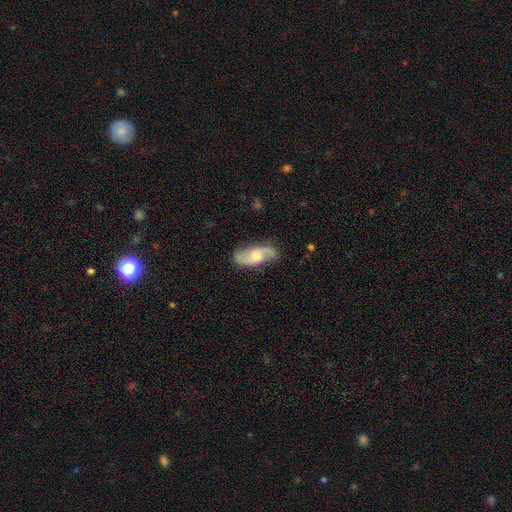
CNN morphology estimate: Smooth or featured?
  - featured or disk: 67% *
  - smooth: 28%
  - star or artifact: 6%
Edge-on disk?
  - no: 92% *
  - yes: 8%
Bar?
  - no: 62% *
  - weak: 32%
  - strong: 6%
Spiral arms?
  - yes: 91% *
  - no: 9%
Spiral winding?
  - loose: 56% *
  - medium: 33%
  - tight: 11%
Spiral arm count?
  - 2: 89% *
  - can't tell: 6%
  - 1: 2%
  - 3: 1%
  - 4: 1%
  - more than 4: 1%
Bulge size?
  - moderate: 56% *
  - small: 35%
  - large: 5%
  - none: 3%
  - dominant: 1%
Merging?
  - none: 79% *
  - minor disturbance: 15%
  - major disturbance: 4%
  - merger: 1%